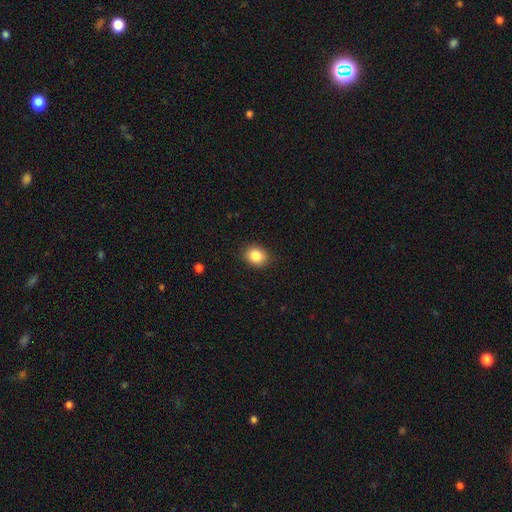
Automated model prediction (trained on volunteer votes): Q: Smooth or featured?
A: smooth (85%); runner-up: star or artifact (9%)
Q: How rounded?
A: round (50%); runner-up: in between (49%)
Q: Merging?
A: none (89%); runner-up: minor disturbance (8%)